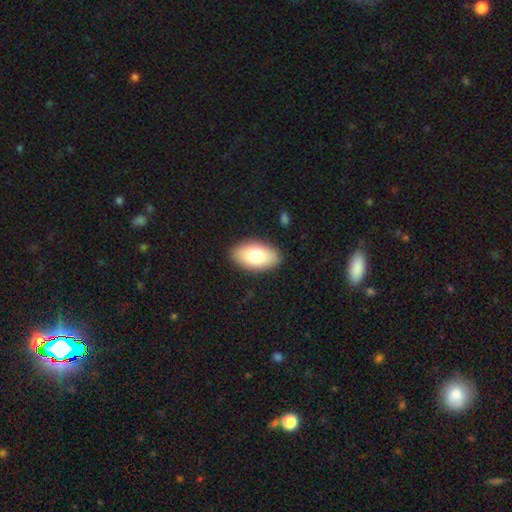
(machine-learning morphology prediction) smooth-or-featured: smooth: 79% | featured or disk: 15% | star or artifact: 7%
  how-rounded: in between: 94% | round: 4% | cigar-shaped: 2%
  merging: none: 88% | minor disturbance: 8% | major disturbance: 2% | merger: 1%